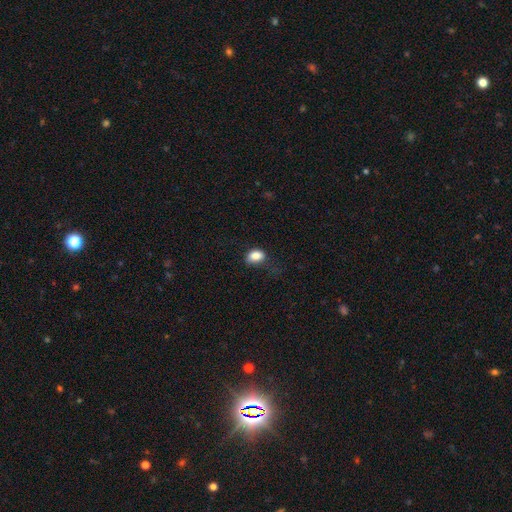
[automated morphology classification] Smooth or featured? smooth (84%)
How rounded? in between (78%)
Merging? none (56%)